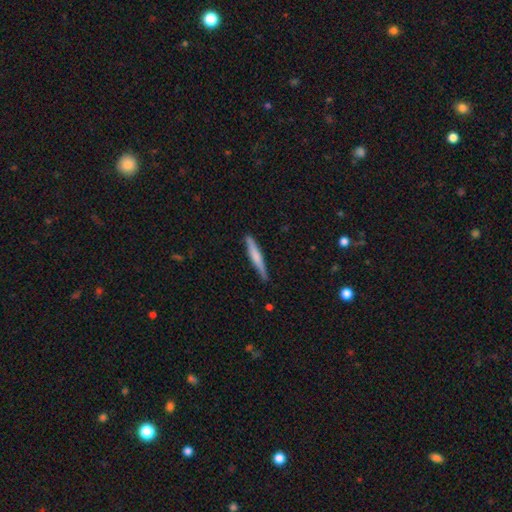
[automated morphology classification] Smooth or featured? Predicted: smooth (p=0.55). How rounded? Predicted: cigar-shaped (p=0.94). Merging? Predicted: none (p=0.85).